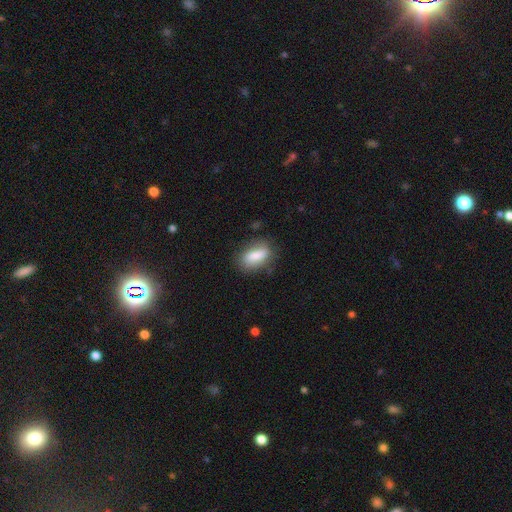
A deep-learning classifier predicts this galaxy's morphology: The model was most divided on "merging": none: 74%, minor disturbance: 18%, major disturbance: 5%, merger: 2%. More confident: how rounded — in between (80%); smooth or featured — smooth (77%).